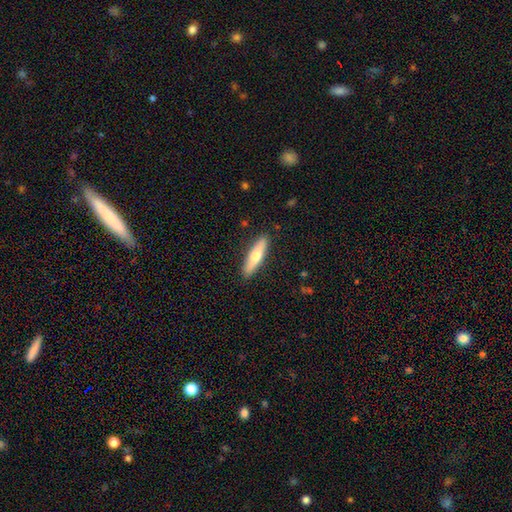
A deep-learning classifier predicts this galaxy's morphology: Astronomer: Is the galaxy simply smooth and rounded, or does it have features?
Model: smooth — 58% (runner-up: featured or disk, 37%).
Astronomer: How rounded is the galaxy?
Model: cigar-shaped — 74%.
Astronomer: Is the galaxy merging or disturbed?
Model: none — 89%.